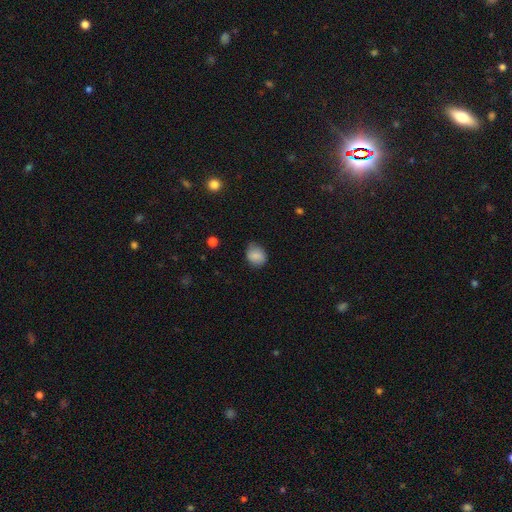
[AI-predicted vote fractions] Smooth or featured?
  - smooth: 83% *
  - featured or disk: 8%
  - star or artifact: 8%
How rounded?
  - round: 54% *
  - in between: 45%
  - cigar-shaped: 1%
Merging?
  - none: 70% *
  - minor disturbance: 24%
  - major disturbance: 5%
  - merger: 1%